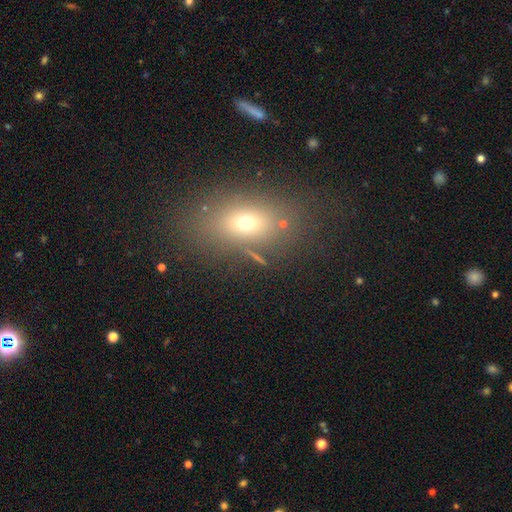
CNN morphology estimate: A smooth galaxy with no disk features (59%) that is in between round and cigar-shaped (72%). Merging: none (74%).